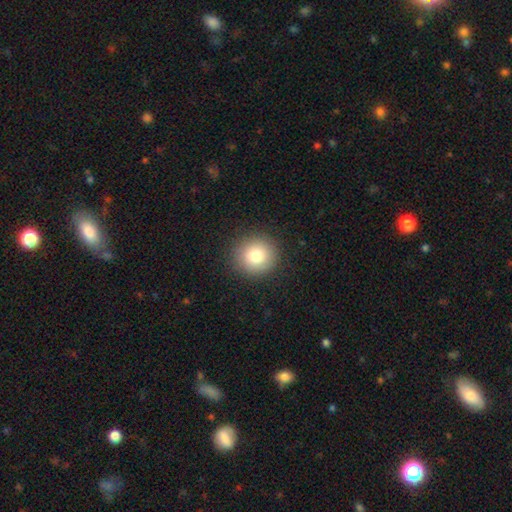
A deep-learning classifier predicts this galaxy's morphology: type=smooth (81%); roundness=round (92%); merging=none (90%).